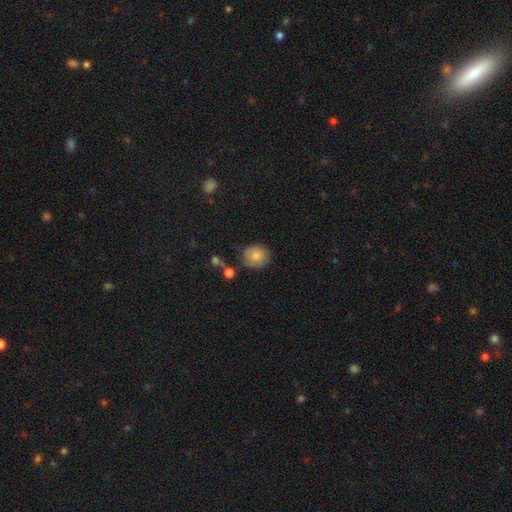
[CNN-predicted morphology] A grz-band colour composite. It shows a smooth galaxy with no disk features (81%) that is round (78%). Merging: none (74%).